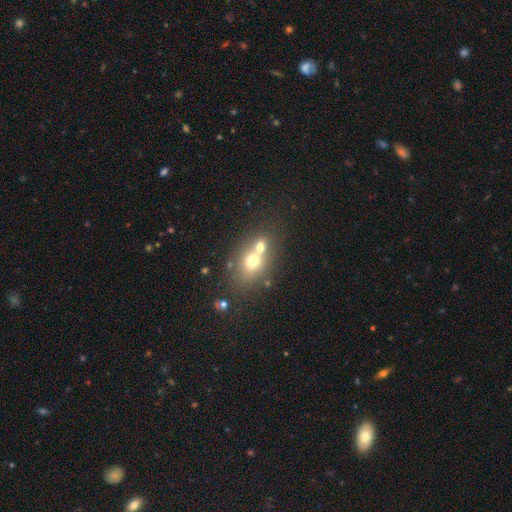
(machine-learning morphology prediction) A smooth galaxy with no disk features (60%) that is in between round and cigar-shaped (51%).

Vote fractions:
- Smooth or featured? smooth: 60% / featured or disk: 25% / star or artifact: 15%
- How rounded? in between: 51% / round: 46% / cigar-shaped: 2%
- Merging? merger: 56% / none: 32% / minor disturbance: 8% / major disturbance: 4%